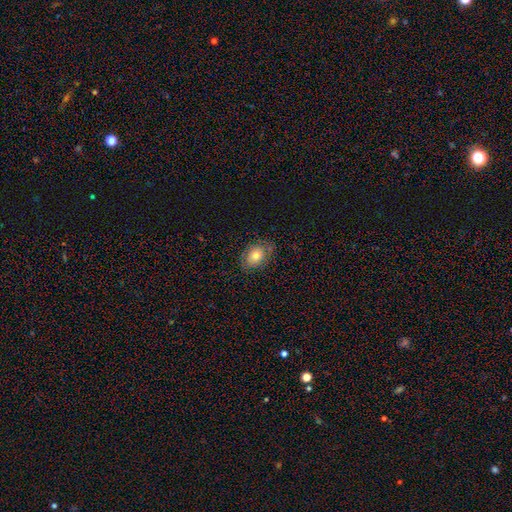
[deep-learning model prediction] A smooth galaxy with no disk features (62%) that is in between round and cigar-shaped (71%). Merging: none (73%).